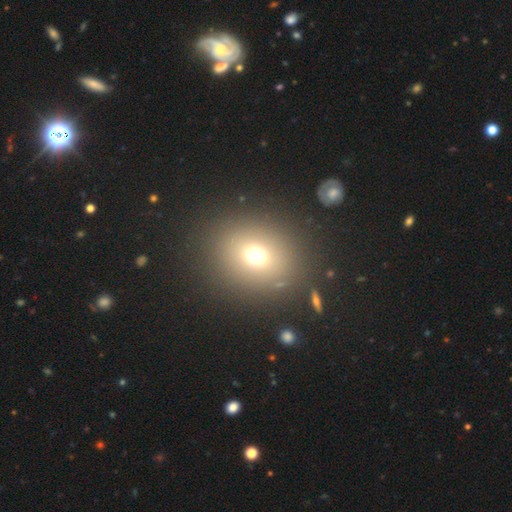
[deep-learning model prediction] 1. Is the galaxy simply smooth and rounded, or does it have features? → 70% smooth, 19% star or artifact, 11% featured or disk.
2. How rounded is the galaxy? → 70% round, 29% in between, 1% cigar-shaped.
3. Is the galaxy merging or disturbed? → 84% none, 8% minor disturbance, 5% major disturbance, 4% merger.